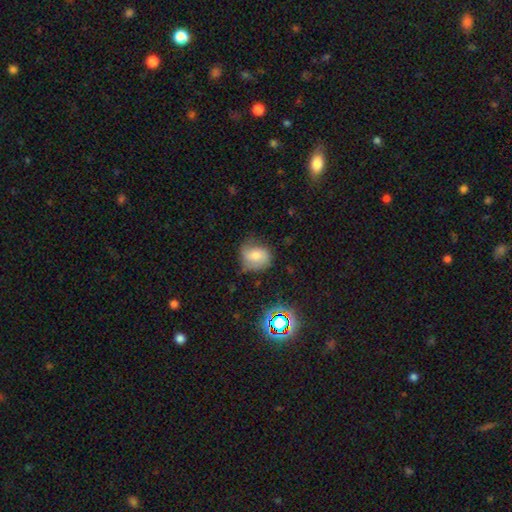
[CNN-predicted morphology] The model was most divided on "smooth or featured": smooth: 53%, featured or disk: 34%, star or artifact: 13%. More confident: how rounded — round (63%); merging — none (52%).